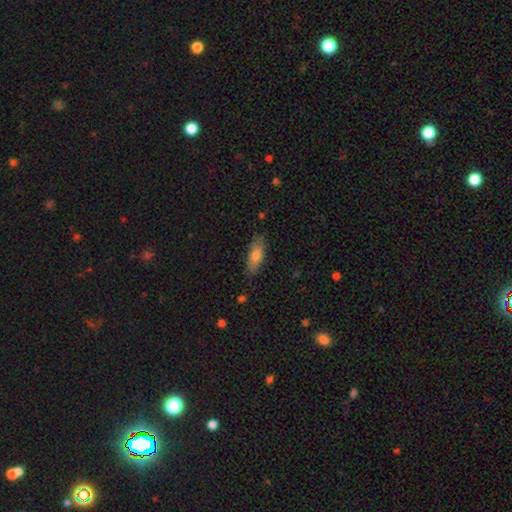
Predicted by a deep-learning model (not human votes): Smooth or featured? Predicted: smooth (p=0.73). How rounded? Predicted: in between (p=0.64). Merging? Predicted: none (p=0.81).